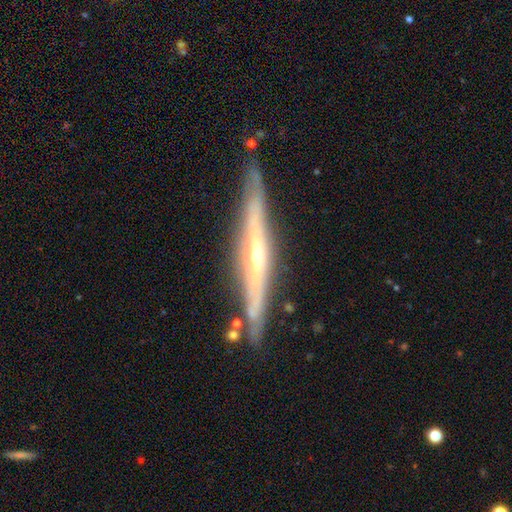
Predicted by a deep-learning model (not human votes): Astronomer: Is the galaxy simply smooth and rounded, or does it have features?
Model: featured or disk — 80%.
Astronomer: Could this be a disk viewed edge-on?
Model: yes — 95%.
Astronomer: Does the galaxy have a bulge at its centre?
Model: rounded — 69%.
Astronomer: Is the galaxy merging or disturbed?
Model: none — 82%.